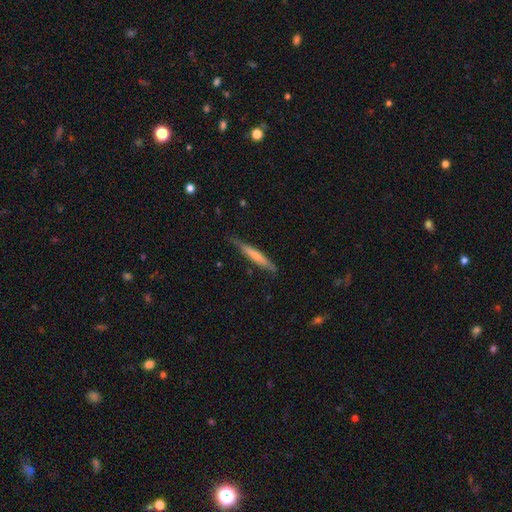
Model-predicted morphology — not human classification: The model was most divided on "smooth or featured": smooth: 59%, featured or disk: 36%, star or artifact: 5%. More confident: how rounded — cigar-shaped (94%); merging — none (78%).